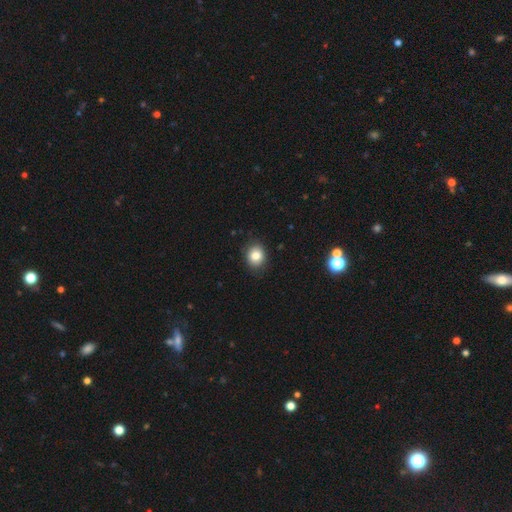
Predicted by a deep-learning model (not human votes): smooth 82%, star or artifact 10%, featured or disk 8%. Down the decision tree: how rounded — round (64%); merging — none (85%).